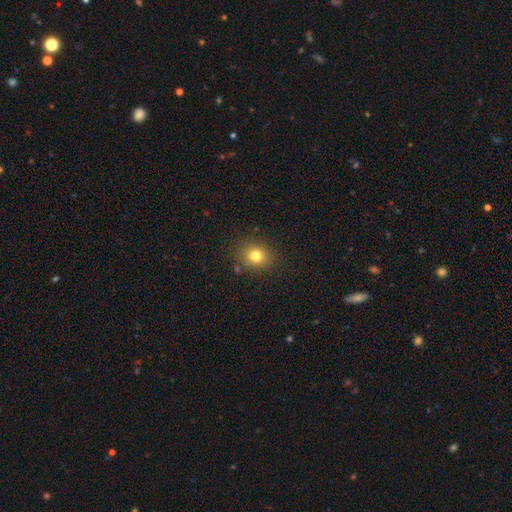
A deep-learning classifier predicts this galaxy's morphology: Q: Smooth or featured?
A: smooth (79%); runner-up: star or artifact (13%)
Q: How rounded?
A: round (71%); runner-up: in between (28%)
Q: Merging?
A: none (84%); runner-up: minor disturbance (10%)